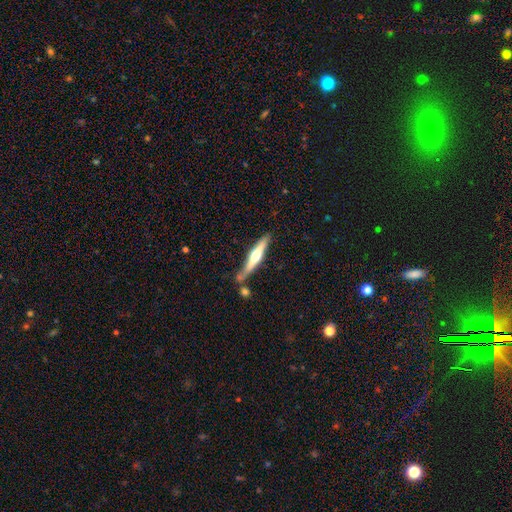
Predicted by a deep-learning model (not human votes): smooth_or_featured: featured or disk (p=0.60) [alt: smooth p=0.35]
disk_edge_on: yes (p=0.95) [alt: no p=0.05]
edge_on_bulge: rounded (p=0.90) [alt: none p=0.05]
merging: none (p=0.65) [alt: minor disturbance p=0.17]